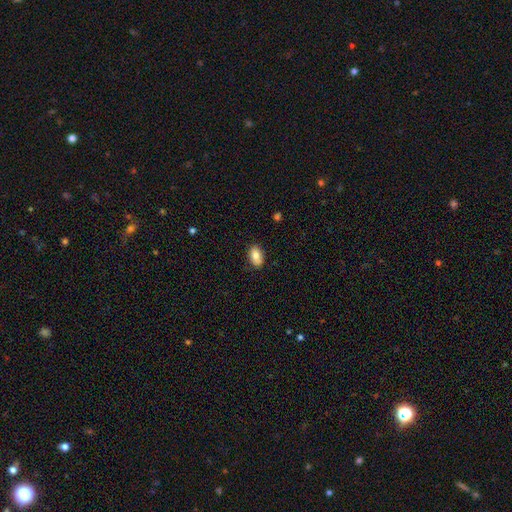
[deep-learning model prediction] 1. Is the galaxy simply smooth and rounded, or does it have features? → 80% smooth, 12% featured or disk, 8% star or artifact.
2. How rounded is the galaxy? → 89% in between, 10% round, 2% cigar-shaped.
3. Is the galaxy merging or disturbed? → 83% none, 13% minor disturbance, 2% major disturbance, 1% merger.